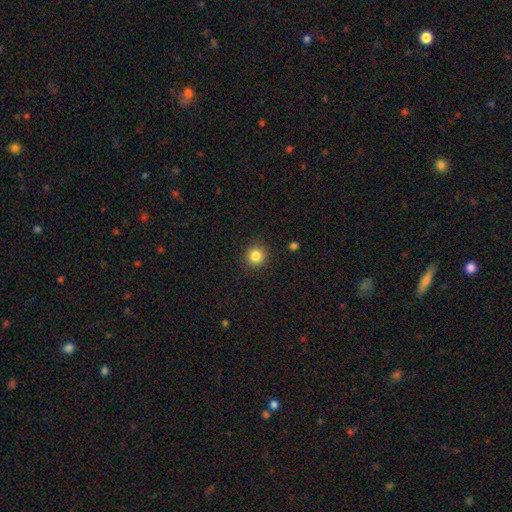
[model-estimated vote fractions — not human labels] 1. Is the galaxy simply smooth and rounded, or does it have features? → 84% smooth, 11% star or artifact, 5% featured or disk.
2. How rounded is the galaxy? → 94% round, 5% in between, 1% cigar-shaped.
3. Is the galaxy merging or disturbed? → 91% none, 6% minor disturbance, 2% major disturbance, 1% merger.